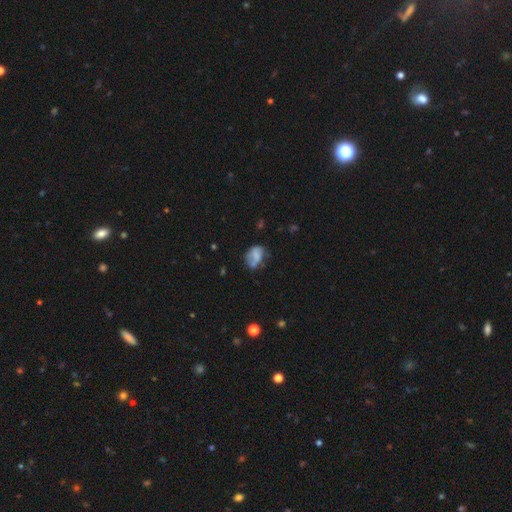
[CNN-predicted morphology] The model was most divided on "merging": none: 39%, minor disturbance: 32%, major disturbance: 19%, merger: 10%. More confident: how rounded — in between (69%); smooth or featured — smooth (62%).